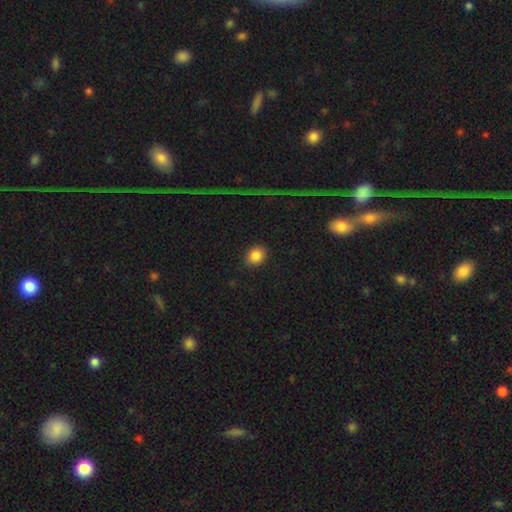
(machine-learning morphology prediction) This appears to be a smooth galaxy with no disk features (86%) that is round (63%). Merging: none (89%).